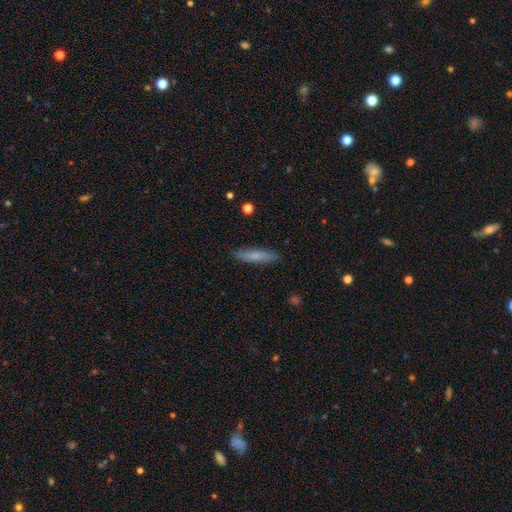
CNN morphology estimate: Smooth or featured?
  - smooth: 72% *
  - featured or disk: 21%
  - star or artifact: 6%
How rounded?
  - cigar-shaped: 85% *
  - in between: 13%
  - round: 2%
Merging?
  - none: 88% *
  - minor disturbance: 9%
  - major disturbance: 2%
  - merger: 1%